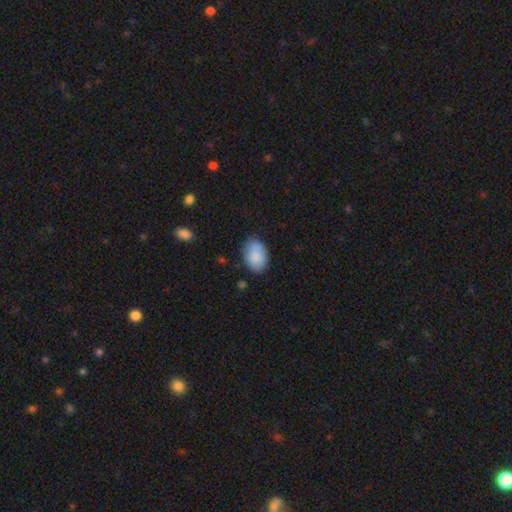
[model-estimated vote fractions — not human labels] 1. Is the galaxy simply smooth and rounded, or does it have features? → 87% smooth, 7% featured or disk, 6% star or artifact.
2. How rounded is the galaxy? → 87% in between, 12% round, 1% cigar-shaped.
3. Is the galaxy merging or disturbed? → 76% none, 18% minor disturbance, 4% major disturbance, 2% merger.